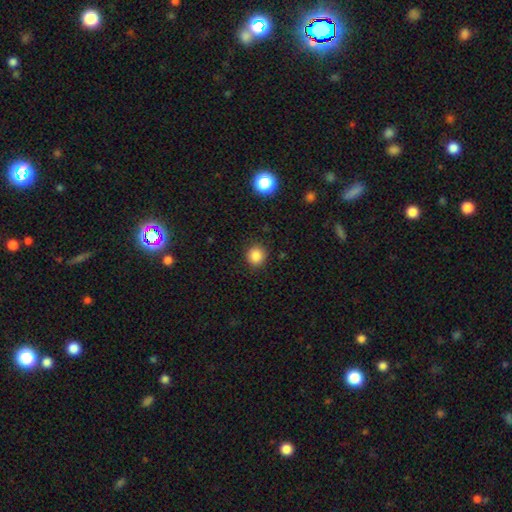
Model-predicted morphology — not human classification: smooth 84%, star or artifact 12%, featured or disk 4%. Down the decision tree: how rounded — round (91%); merging — none (89%).